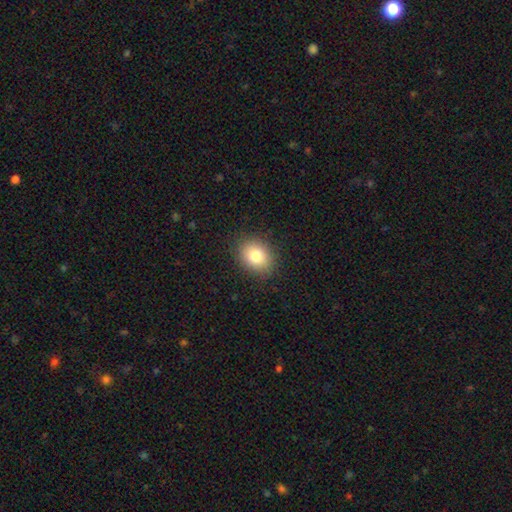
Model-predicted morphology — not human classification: Smooth or featured? smooth (81%)
How rounded? round (52%)
Merging? none (87%)